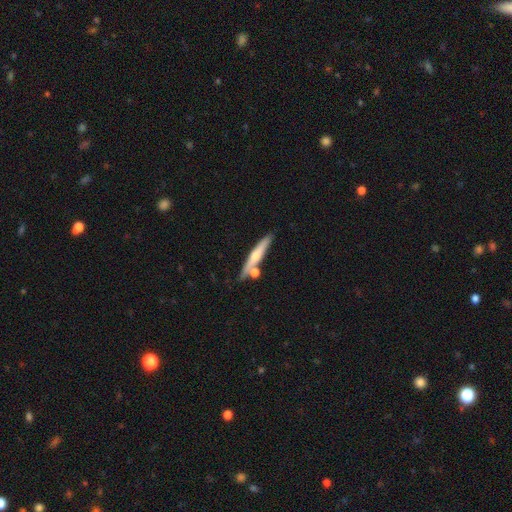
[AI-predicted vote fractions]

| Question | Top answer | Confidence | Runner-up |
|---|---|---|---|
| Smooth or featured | featured or disk | 48% | smooth (46%) |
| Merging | none | 70% | merger (15%) |